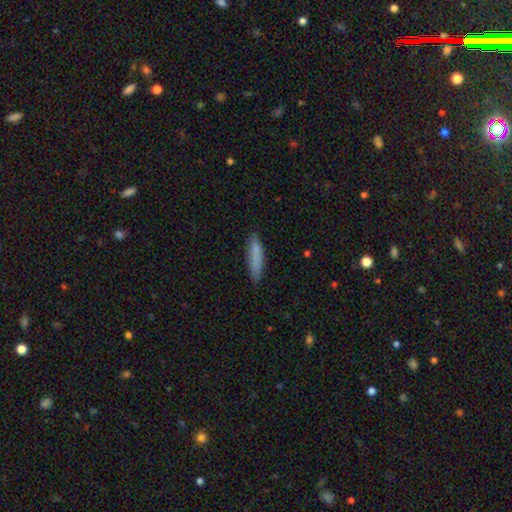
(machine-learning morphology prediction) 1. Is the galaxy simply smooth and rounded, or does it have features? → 81% smooth, 13% featured or disk, 6% star or artifact.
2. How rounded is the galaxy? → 85% cigar-shaped, 14% in between, 1% round.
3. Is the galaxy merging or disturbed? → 83% none, 13% minor disturbance, 2% major disturbance, 1% merger.